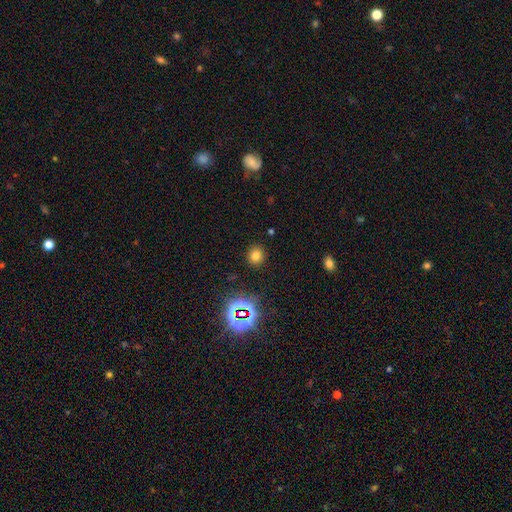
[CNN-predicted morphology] Smooth or featured: smooth — 71% (star or artifact — 22%)
How rounded: round — 85% (in between — 14%)
Merging: none — 90% (minor disturbance — 6%)